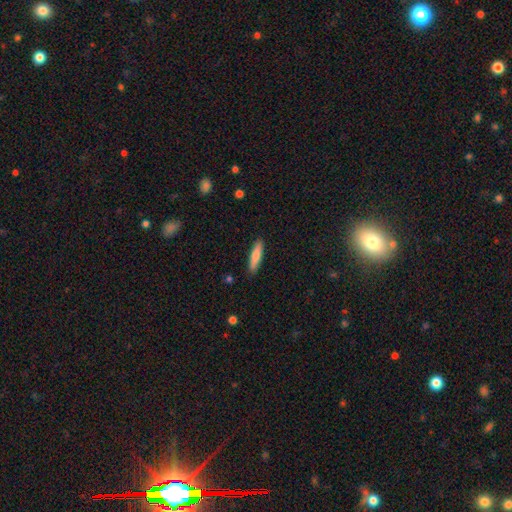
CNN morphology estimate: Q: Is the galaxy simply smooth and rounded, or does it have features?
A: smooth — 79%.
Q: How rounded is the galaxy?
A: cigar-shaped — 82%.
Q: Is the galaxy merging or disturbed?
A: none — 89%.